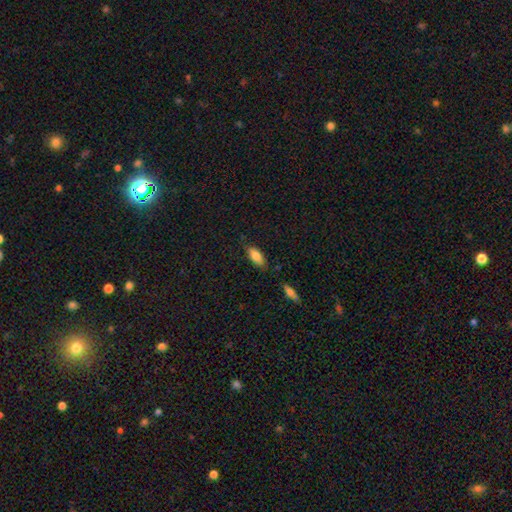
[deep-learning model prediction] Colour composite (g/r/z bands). It shows a smooth galaxy with no disk features (81%) that is in between round and cigar-shaped (82%). Merging: none (75%).